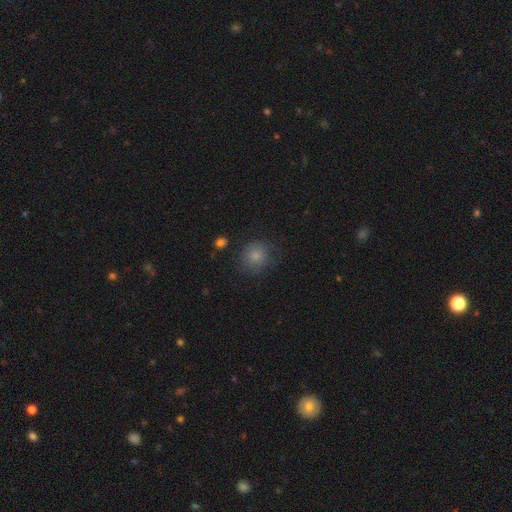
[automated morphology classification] Smooth or featured? smooth (80%)
How rounded? round (80%)
Merging? none (72%)